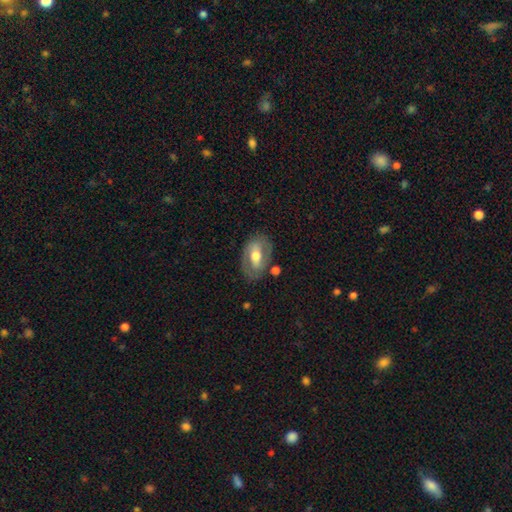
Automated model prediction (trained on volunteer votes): Smooth or featured? Predicted: featured or disk (p=0.62). Edge-on disk? Predicted: no (p=0.92). Bar? Predicted: weak (p=0.36). Spiral arms? Predicted: yes (p=0.54). Bulge size? Predicted: moderate (p=0.70). Merging? Predicted: none (p=0.74).